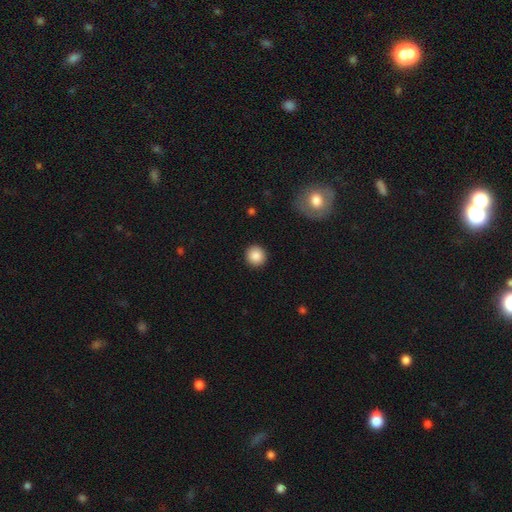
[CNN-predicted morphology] Smooth or featured?
  - smooth: 88% *
  - star or artifact: 8%
  - featured or disk: 4%
How rounded?
  - round: 93% *
  - in between: 6%
  - cigar-shaped: 1%
Merging?
  - none: 92% *
  - minor disturbance: 5%
  - major disturbance: 2%
  - merger: 1%